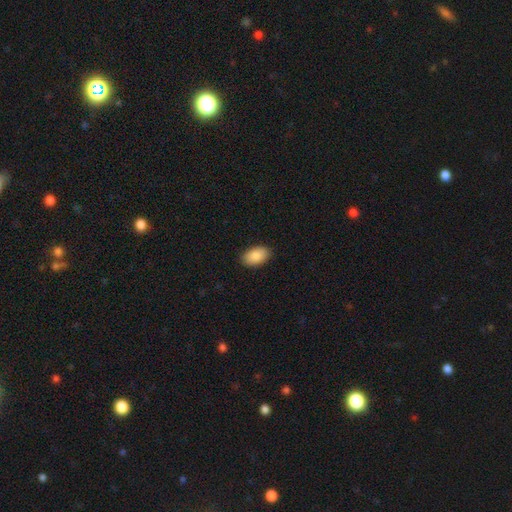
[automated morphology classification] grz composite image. It shows a smooth galaxy with no disk features (89%) that is in between round and cigar-shaped (94%). Merging: none (88%).